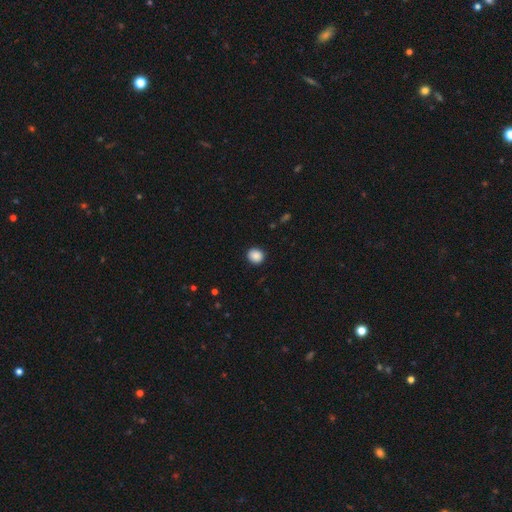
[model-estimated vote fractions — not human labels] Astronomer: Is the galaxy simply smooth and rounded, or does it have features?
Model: smooth — 88%.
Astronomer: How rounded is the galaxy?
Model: round — 83%.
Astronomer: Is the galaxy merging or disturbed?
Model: none — 90%.